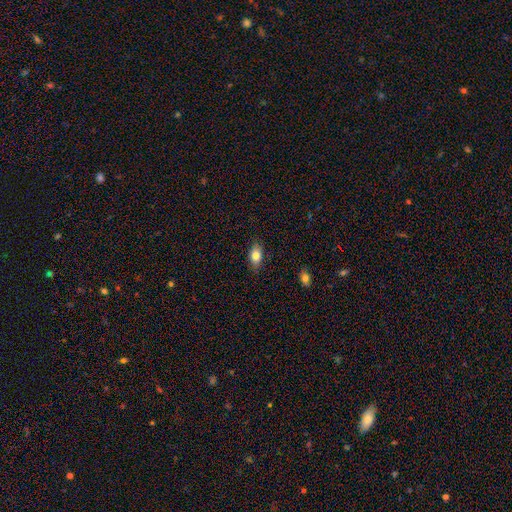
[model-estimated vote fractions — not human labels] This appears to be a smooth galaxy with no disk features (82%) that is in between round and cigar-shaped (87%). Merging: none (84%).